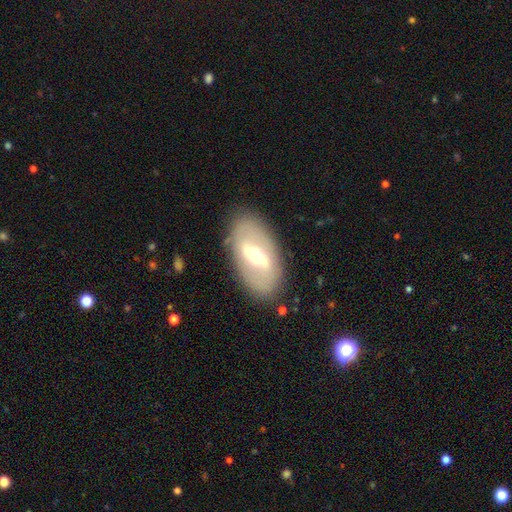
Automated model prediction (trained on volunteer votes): Smooth or featured?
  - featured or disk: 65% *
  - smooth: 28%
  - star or artifact: 7%
Edge-on disk?
  - no: 87% *
  - yes: 13%
Bar?
  - strong: 50% *
  - weak: 38%
  - no: 12%
Spiral arms?
  - no: 67% *
  - yes: 33%
Bulge size?
  - moderate: 65% *
  - small: 25%
  - large: 7%
  - dominant: 1%
  - none: 1%
Merging?
  - none: 84% *
  - minor disturbance: 10%
  - major disturbance: 4%
  - merger: 1%